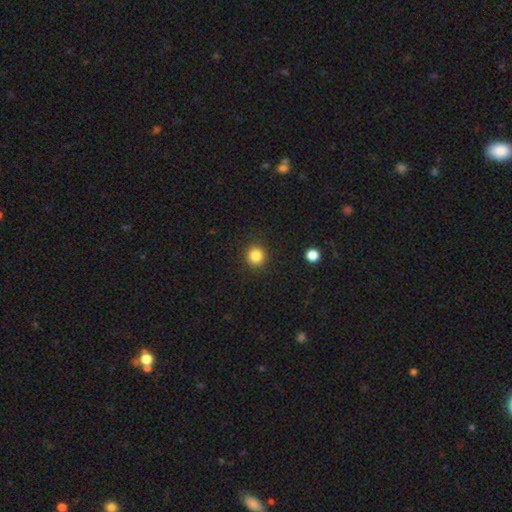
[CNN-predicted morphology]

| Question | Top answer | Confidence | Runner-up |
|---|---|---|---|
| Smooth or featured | smooth | 84% | star or artifact (11%) |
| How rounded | round | 91% | in between (8%) |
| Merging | none | 91% | minor disturbance (6%) |